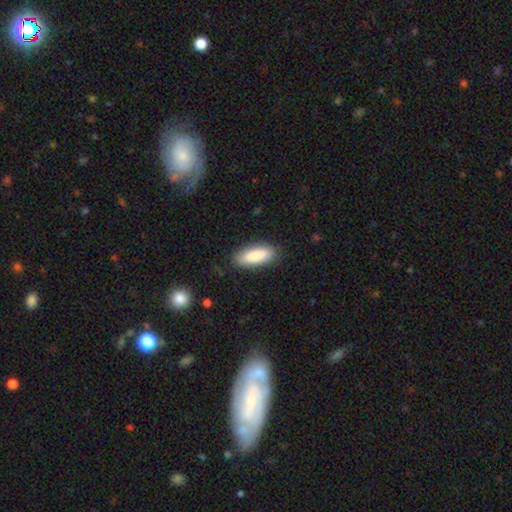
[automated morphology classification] This appears to be a smooth galaxy with no disk features (87%) that is in between round and cigar-shaped (71%). Merging: none (86%).